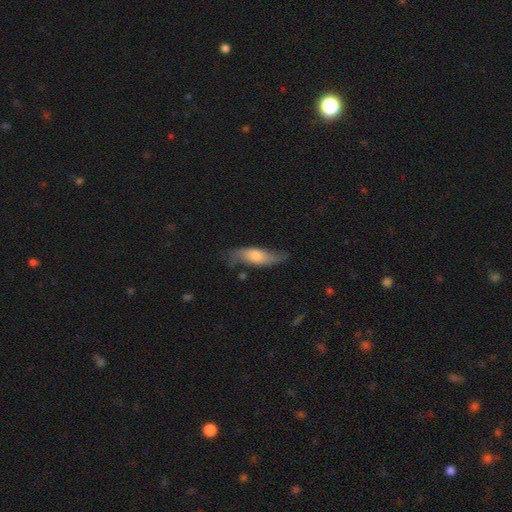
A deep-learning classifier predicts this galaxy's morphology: smooth_or_featured: smooth (p=0.48) [alt: featured or disk p=0.46]
merging: none (p=0.63) [alt: minor disturbance p=0.26]